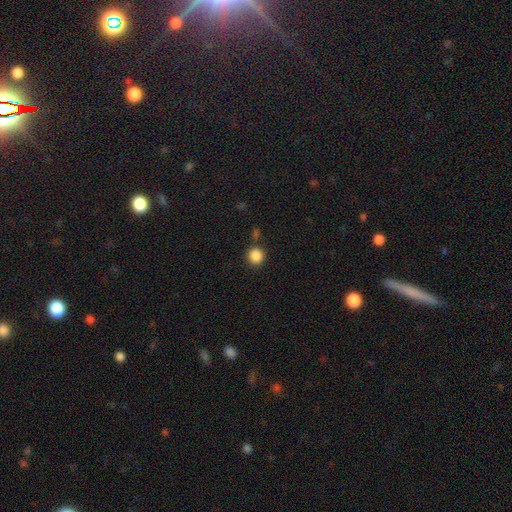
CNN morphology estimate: smooth 87%, star or artifact 10%, featured or disk 3%. Down the decision tree: how rounded — round (90%); merging — none (83%).